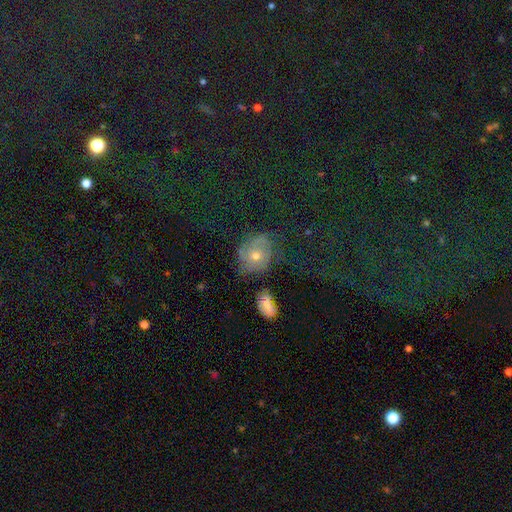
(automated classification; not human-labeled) Smooth or featured? featured or disk (43%)
Merging? none (62%)